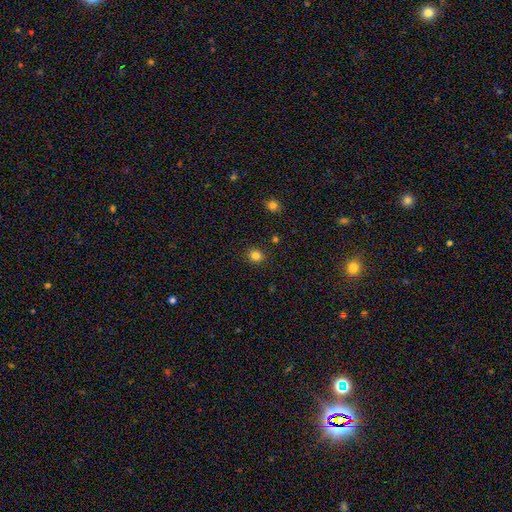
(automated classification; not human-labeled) Smooth or featured: smooth — 83% (star or artifact — 13%)
How rounded: round — 78% (in between — 21%)
Merging: none — 90% (minor disturbance — 7%)